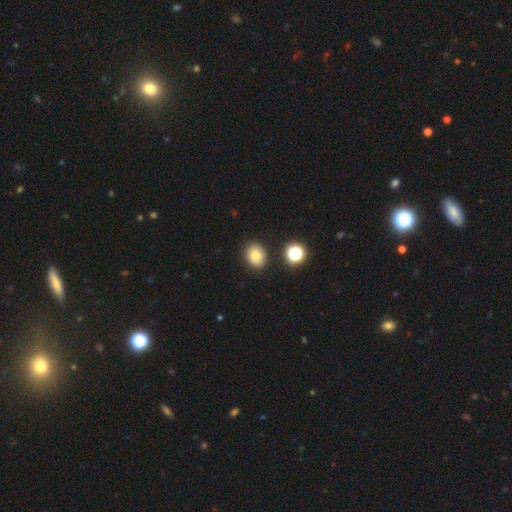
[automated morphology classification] Q: Smooth or featured?
A: smooth (80%); runner-up: star or artifact (12%)
Q: How rounded?
A: round (53%); runner-up: in between (46%)
Q: Merging?
A: none (86%); runner-up: minor disturbance (8%)